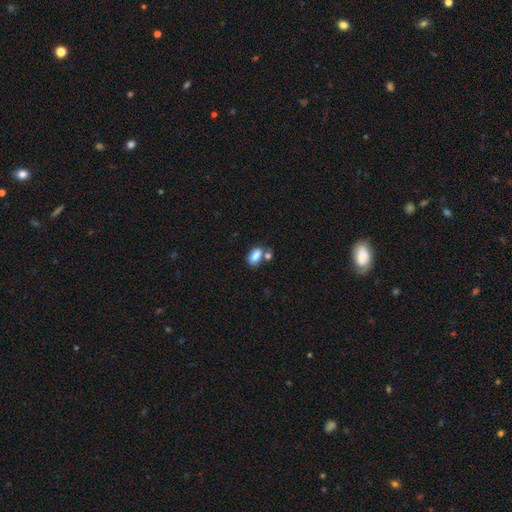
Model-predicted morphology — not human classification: smooth-or-featured: smooth: 84% | star or artifact: 8% | featured or disk: 7%
  how-rounded: in between: 90% | round: 7% | cigar-shaped: 2%
  merging: none: 49% | merger: 33% | minor disturbance: 14% | major disturbance: 4%